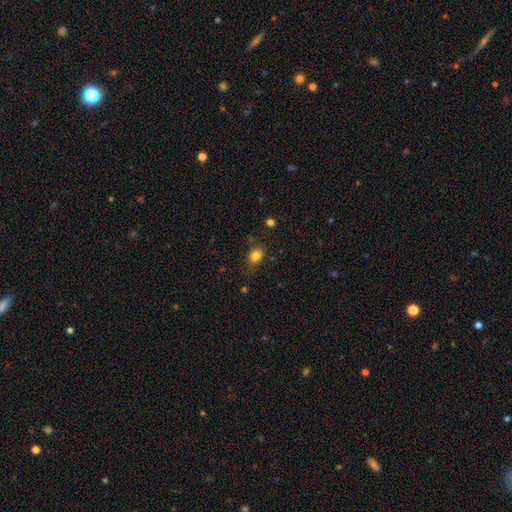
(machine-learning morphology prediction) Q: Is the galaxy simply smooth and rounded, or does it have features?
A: smooth — 83%.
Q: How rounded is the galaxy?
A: in between — 63%.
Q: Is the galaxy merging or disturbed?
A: none — 75%.